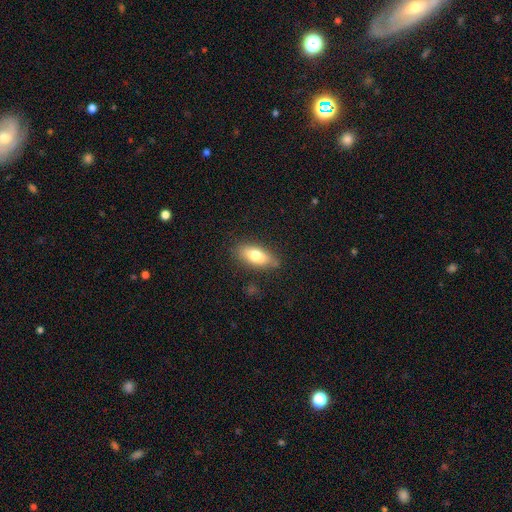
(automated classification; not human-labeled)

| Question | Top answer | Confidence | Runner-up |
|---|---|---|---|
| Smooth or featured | smooth | 73% | featured or disk (20%) |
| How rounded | in between | 77% | cigar-shaped (20%) |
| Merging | none | 81% | minor disturbance (14%) |